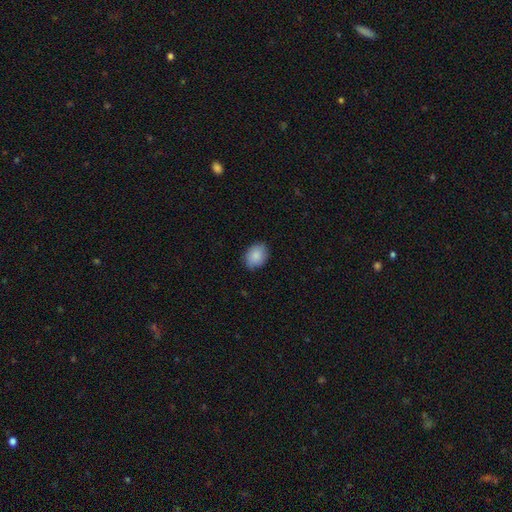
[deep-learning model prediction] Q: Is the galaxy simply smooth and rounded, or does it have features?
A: smooth — 88%.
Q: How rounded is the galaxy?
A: in between — 69%.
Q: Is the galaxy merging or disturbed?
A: none — 83%.